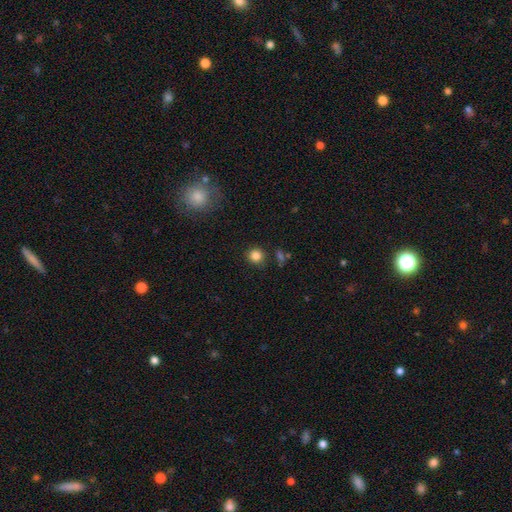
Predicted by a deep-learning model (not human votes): A smooth galaxy with no disk features (84%) that is round (92%). Merging: none (87%).